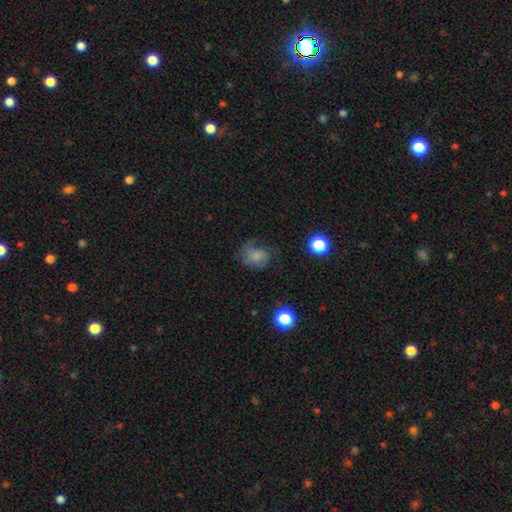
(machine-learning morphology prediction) This is possibly a smooth galaxy (56%). How rounded: possibly round (59%). Merging: possibly none (47%).